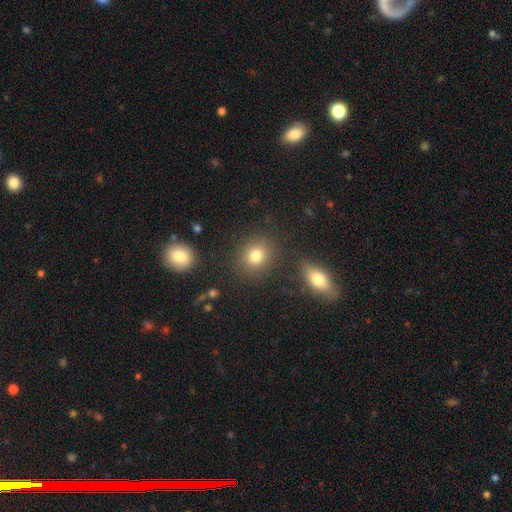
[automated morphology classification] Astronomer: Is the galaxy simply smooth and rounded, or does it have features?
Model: smooth — 79%.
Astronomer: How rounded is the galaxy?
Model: round — 76%.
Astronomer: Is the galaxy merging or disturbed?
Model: none — 84%.